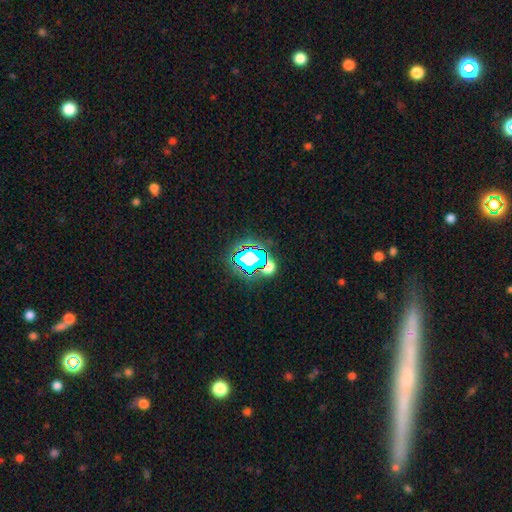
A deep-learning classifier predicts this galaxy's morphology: smooth-or-featured: star or artifact: 74% | smooth: 16% | featured or disk: 10%